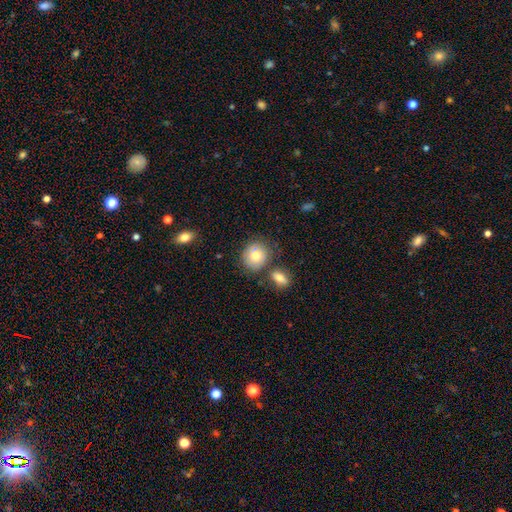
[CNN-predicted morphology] smooth 78%, featured or disk 14%, star or artifact 9%. Down the decision tree: how rounded — round (80%); merging — none (69%).